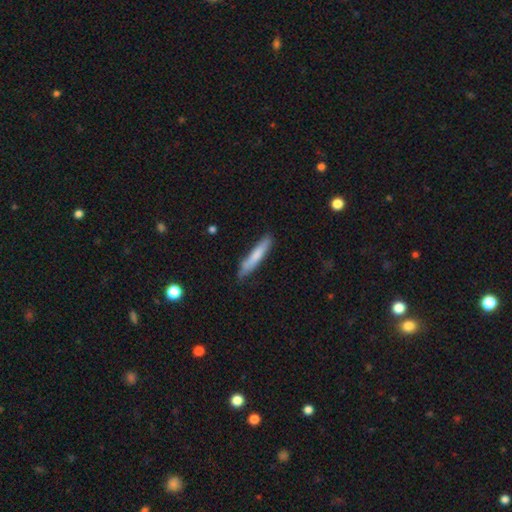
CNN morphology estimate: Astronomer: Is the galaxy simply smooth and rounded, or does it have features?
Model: smooth — 74%.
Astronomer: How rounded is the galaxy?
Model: cigar-shaped — 92%.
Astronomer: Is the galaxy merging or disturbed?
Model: none — 77%.